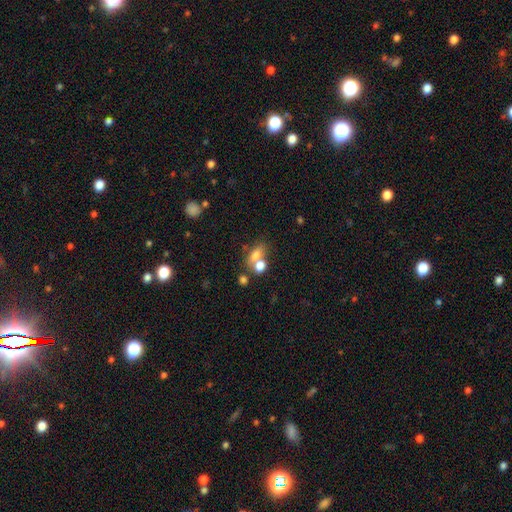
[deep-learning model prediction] This is likely a smooth galaxy (72%). How rounded: likely in between (71%). Merging: marginally merger (45%).